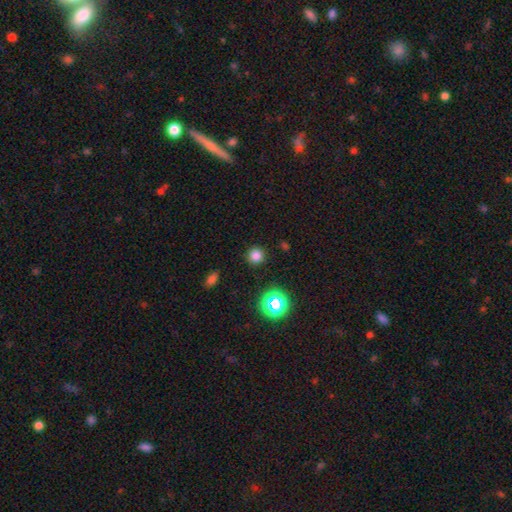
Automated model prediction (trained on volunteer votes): smooth-or-featured: smooth: 78% | star or artifact: 18% | featured or disk: 5%
  how-rounded: round: 93% | in between: 6% | cigar-shaped: 1%
  merging: none: 90% | minor disturbance: 6% | major disturbance: 3% | merger: 1%